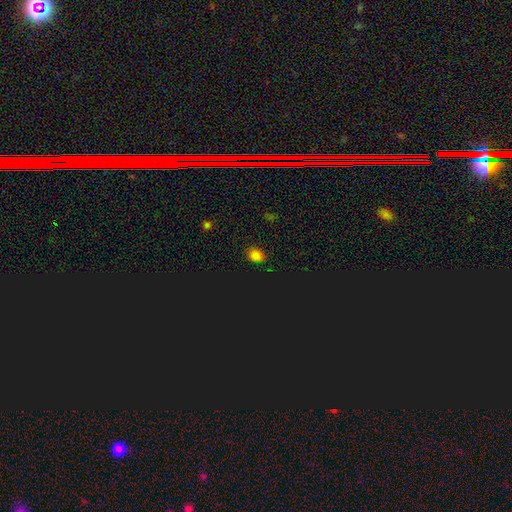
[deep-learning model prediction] Smooth or featured? Predicted: smooth (p=0.68). How rounded? Predicted: in between (p=0.66). Merging? Predicted: none (p=0.83).